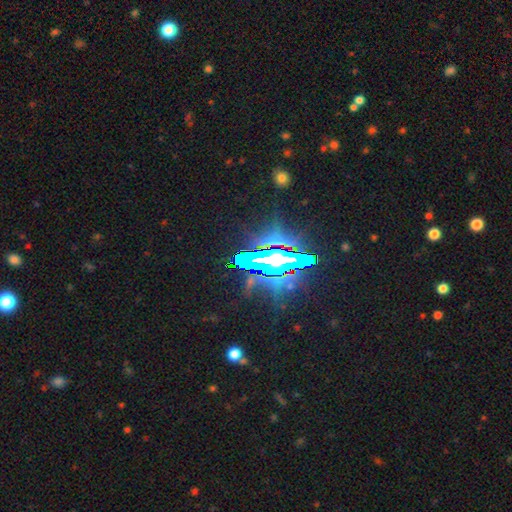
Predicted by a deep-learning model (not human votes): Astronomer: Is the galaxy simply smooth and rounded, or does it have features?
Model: star or artifact — 74%.